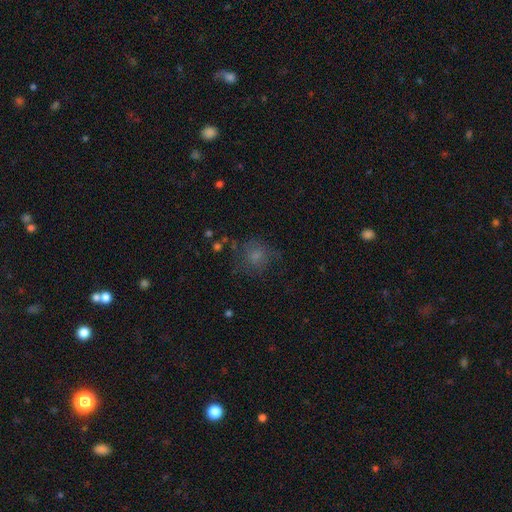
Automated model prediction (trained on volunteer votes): Smooth or featured: smooth — 64% (featured or disk — 21%)
How rounded: round — 78% (in between — 21%)
Merging: none — 59% (minor disturbance — 20%)